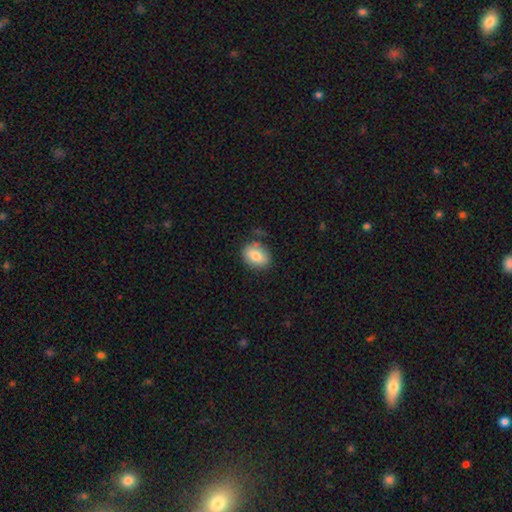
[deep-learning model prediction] Smooth or featured? Predicted: smooth (p=0.79). How rounded? Predicted: in between (p=0.71). Merging? Predicted: none (p=0.74).